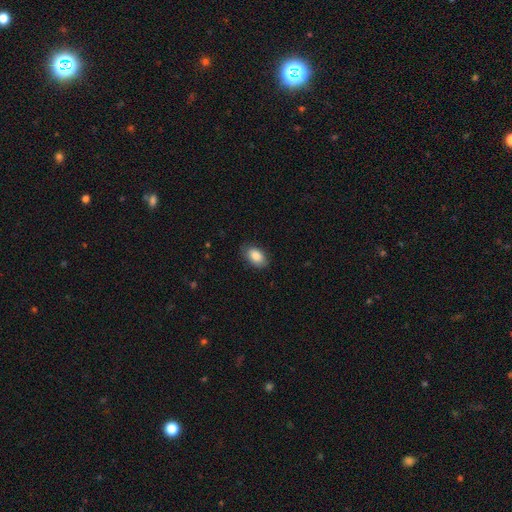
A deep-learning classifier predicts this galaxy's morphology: This appears to be a smooth galaxy with no disk features (86%) that is in between round and cigar-shaped (91%). Merging: none (83%).